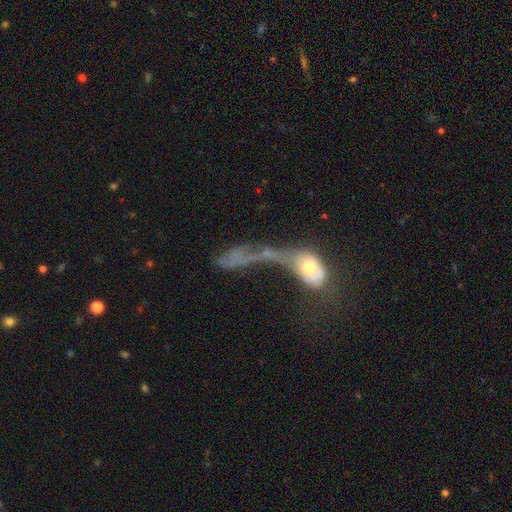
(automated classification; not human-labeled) Smooth or featured: smooth — 46% (featured or disk — 39%)
Merging: merger — 55% (major disturbance — 26%)